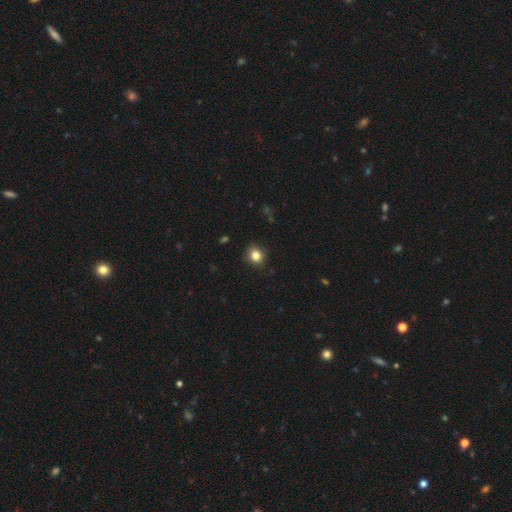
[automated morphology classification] smooth_or_featured: smooth (p=0.84) [alt: star or artifact p=0.11]
how_rounded: round (p=0.70) [alt: in between p=0.29]
merging: none (p=0.88) [alt: minor disturbance p=0.09]